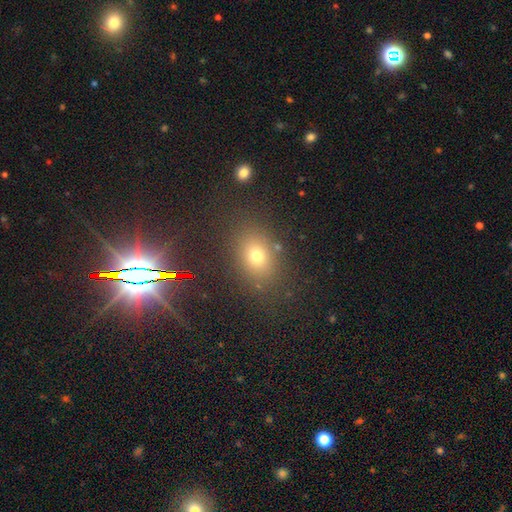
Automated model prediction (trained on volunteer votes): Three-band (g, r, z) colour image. It shows a smooth galaxy with no disk features (65%) that is in between round and cigar-shaped (59%). Merging: none (82%).